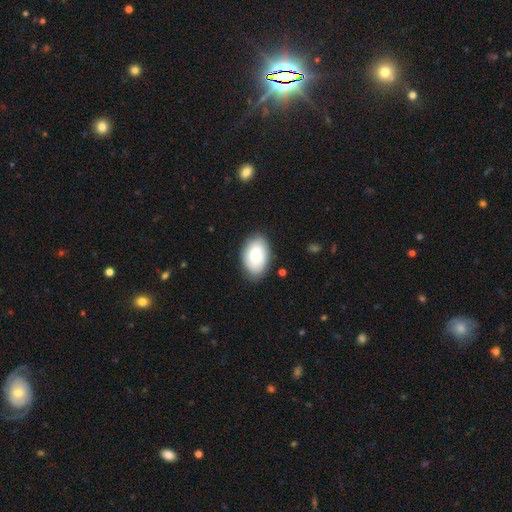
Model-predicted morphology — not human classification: This is likely a smooth galaxy (78%). How rounded: clearly in between (90%). Merging: clearly none (82%).